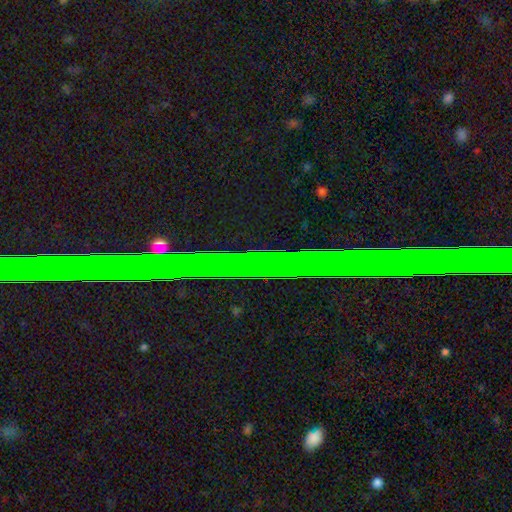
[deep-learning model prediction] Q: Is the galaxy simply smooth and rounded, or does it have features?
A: star or artifact — 79%.